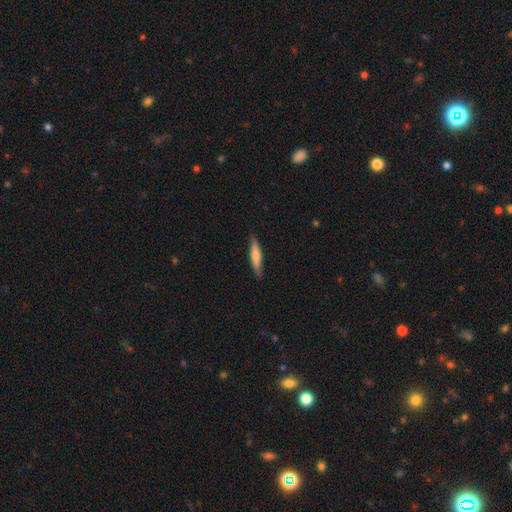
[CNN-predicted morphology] smooth 64%, featured or disk 30%, star or artifact 6%. Down the decision tree: how rounded — cigar-shaped (86%); merging — none (86%).